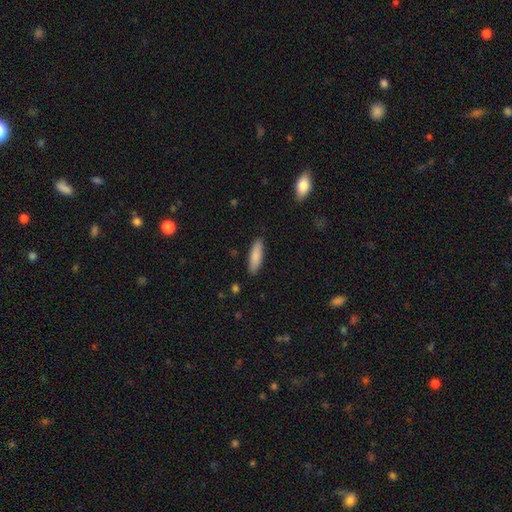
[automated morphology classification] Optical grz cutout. It shows a smooth galaxy with no disk features (86%) that is cigar-shaped (59%). Merging: none (88%).